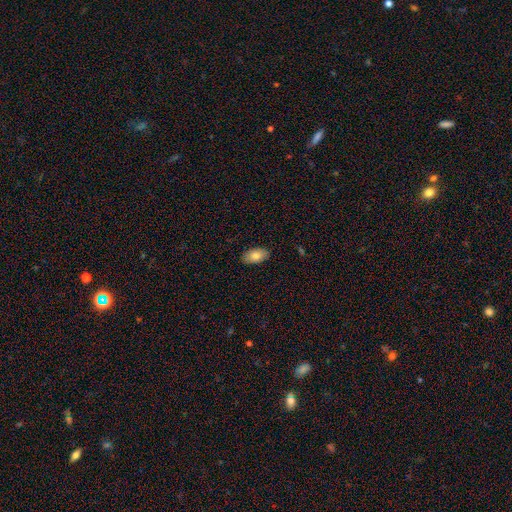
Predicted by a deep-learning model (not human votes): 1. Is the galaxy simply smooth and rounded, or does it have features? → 82% smooth, 11% featured or disk, 7% star or artifact.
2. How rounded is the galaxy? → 94% in between, 4% round, 2% cigar-shaped.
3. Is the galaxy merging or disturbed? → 87% none, 10% minor disturbance, 2% major disturbance, 1% merger.